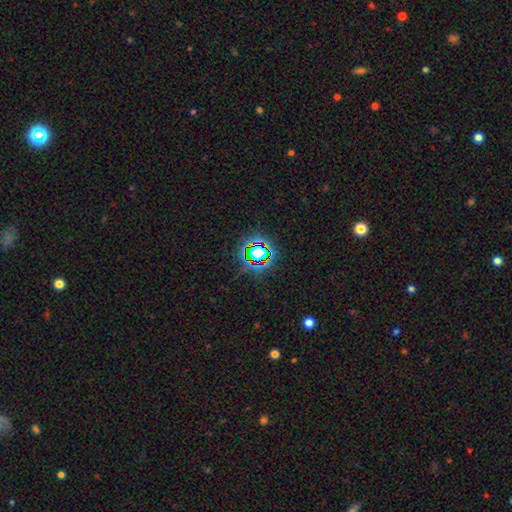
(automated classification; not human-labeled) This appears to be a star or artifact, not a galaxy (68%).